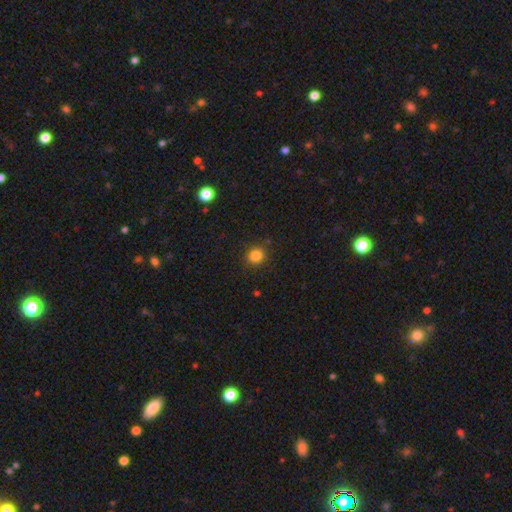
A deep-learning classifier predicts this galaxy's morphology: Smooth or featured: smooth — 83% (star or artifact — 13%)
How rounded: round — 88% (in between — 11%)
Merging: none — 88% (minor disturbance — 8%)